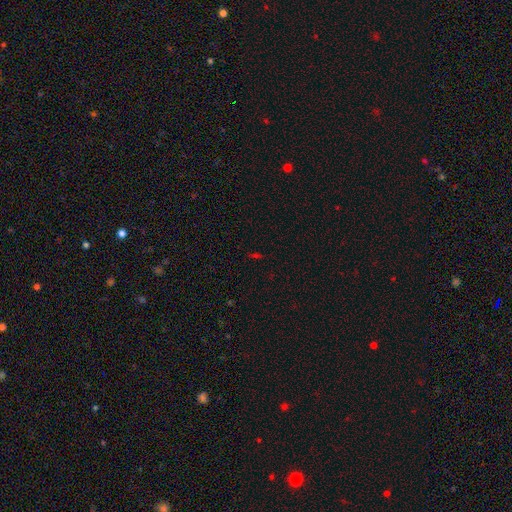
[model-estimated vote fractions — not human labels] Overall: star or artifact (59%; smooth 29%).